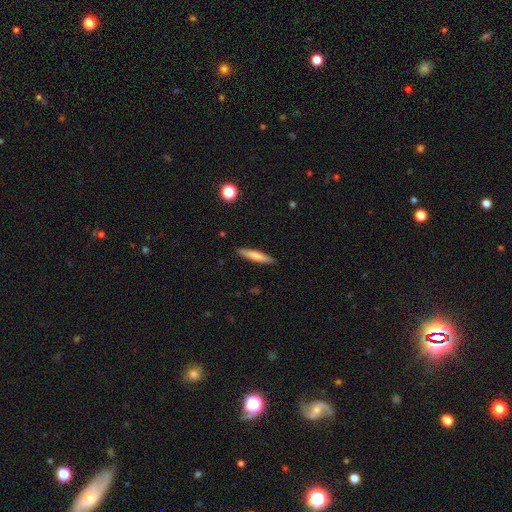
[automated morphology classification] Smooth or featured? Predicted: smooth (p=0.68). How rounded? Predicted: cigar-shaped (p=0.90). Merging? Predicted: none (p=0.90).